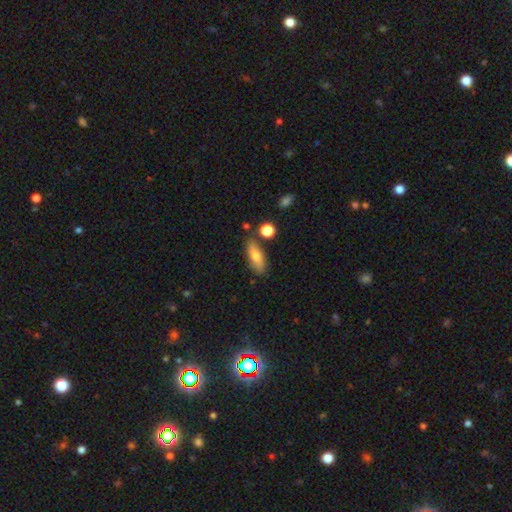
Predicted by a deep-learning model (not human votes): Q: Smooth or featured?
A: smooth (71%); runner-up: featured or disk (21%)
Q: How rounded?
A: in between (68%); runner-up: cigar-shaped (28%)
Q: Merging?
A: none (77%); runner-up: minor disturbance (14%)